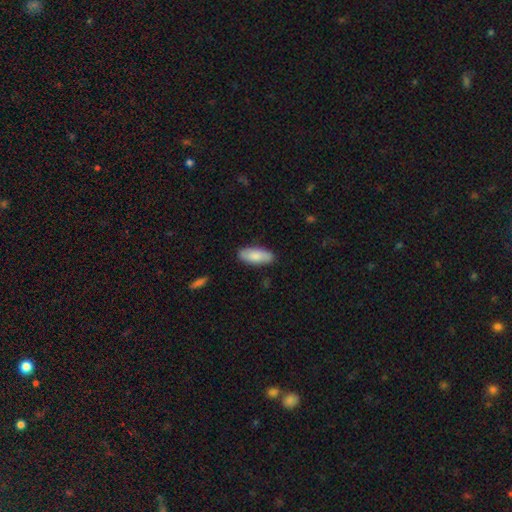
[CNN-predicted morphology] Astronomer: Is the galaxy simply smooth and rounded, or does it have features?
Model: smooth — 84%.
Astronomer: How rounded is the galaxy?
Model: in between — 80%.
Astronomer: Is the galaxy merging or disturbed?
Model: none — 86%.